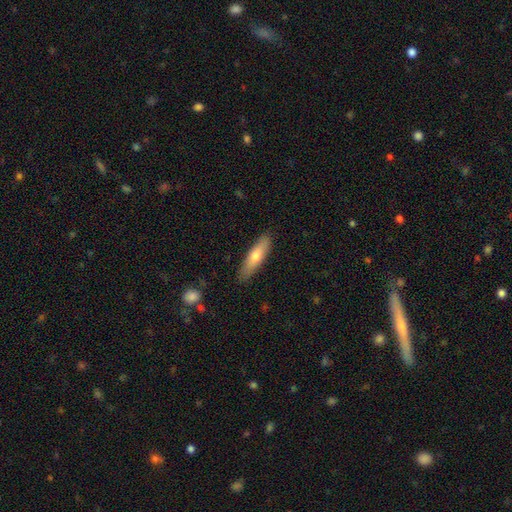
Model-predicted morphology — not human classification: A smooth galaxy with no disk features (65%) that is cigar-shaped (70%). Merging: none (86%).